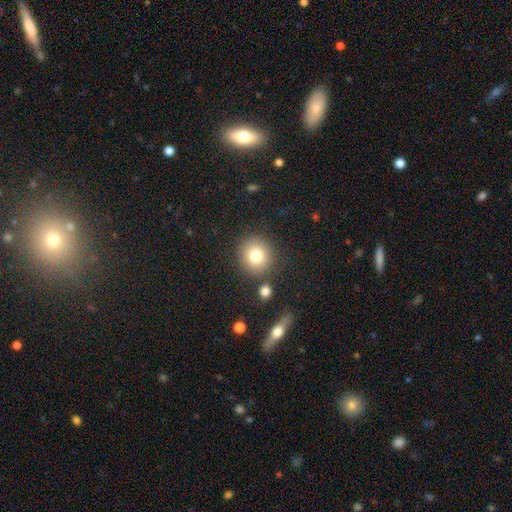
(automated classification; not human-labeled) Morphology: type=smooth (79%); roundness=round (91%); merging=none (83%).